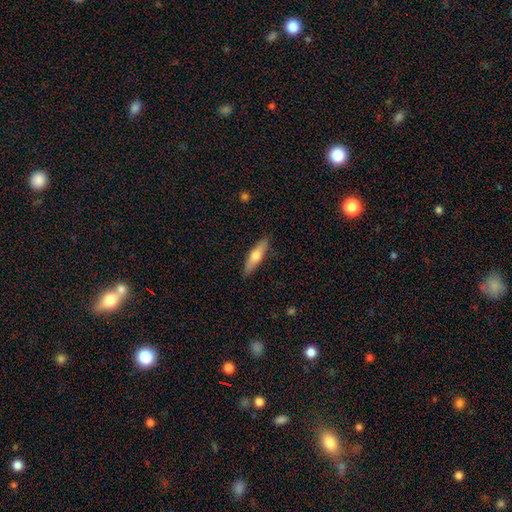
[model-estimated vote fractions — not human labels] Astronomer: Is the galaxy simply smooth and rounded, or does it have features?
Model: smooth — 58% (runner-up: featured or disk, 37%).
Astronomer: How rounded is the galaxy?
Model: cigar-shaped — 71%.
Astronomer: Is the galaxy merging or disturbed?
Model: none — 88%.